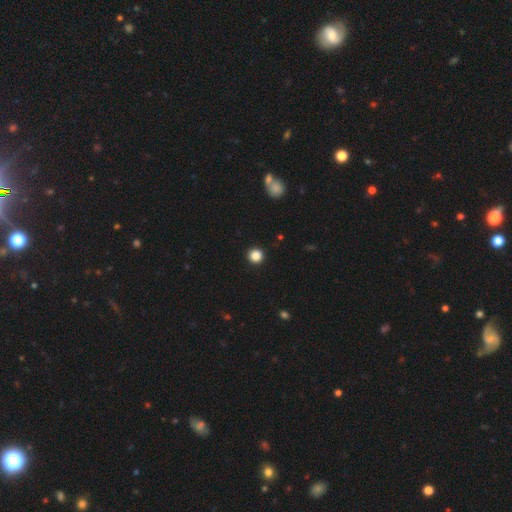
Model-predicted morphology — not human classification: This appears to be a smooth galaxy with no disk features (86%) that is round (96%). Merging: none (93%).